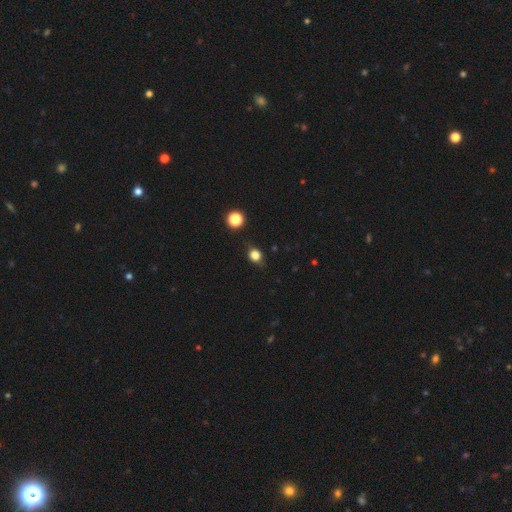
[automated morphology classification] type=smooth (79%); roundness=round (68%); merging=none (78%).